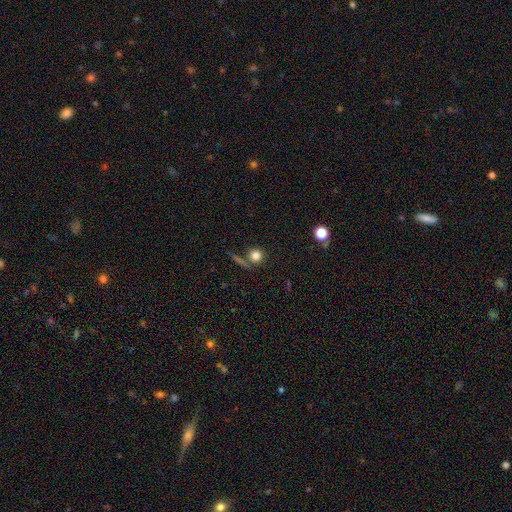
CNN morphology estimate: Smooth or featured? smooth (79%)
How rounded? round (89%)
Merging? none (69%)